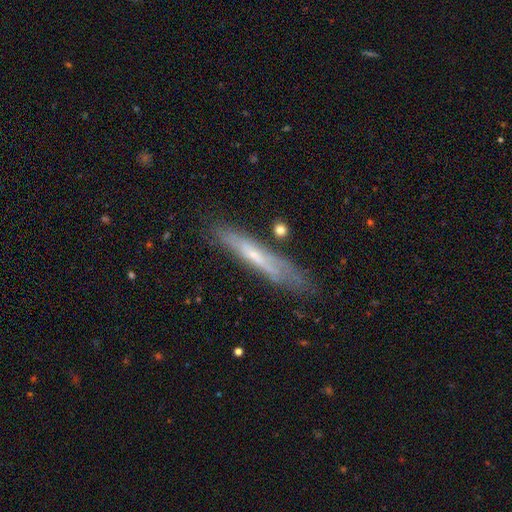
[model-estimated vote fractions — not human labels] A featured or disk galaxy (58%) viewed edge-on (76%).

Vote fractions:
- Smooth or featured? featured or disk: 58% / smooth: 35% / star or artifact: 8%
- Edge-on disk? yes: 76% / no: 24%
- Merging? none: 73% / minor disturbance: 18% / major disturbance: 5% / merger: 4%